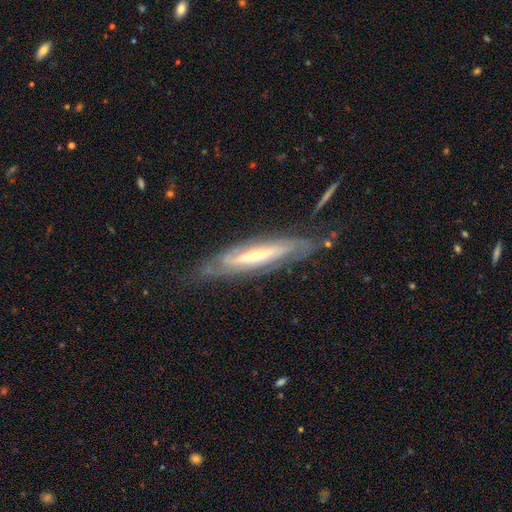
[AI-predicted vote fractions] Smooth or featured?
  - featured or disk: 80% *
  - smooth: 14%
  - star or artifact: 6%
Edge-on disk?
  - no: 62% *
  - yes: 38%
Merging?
  - none: 72% *
  - minor disturbance: 19%
  - major disturbance: 7%
  - merger: 3%